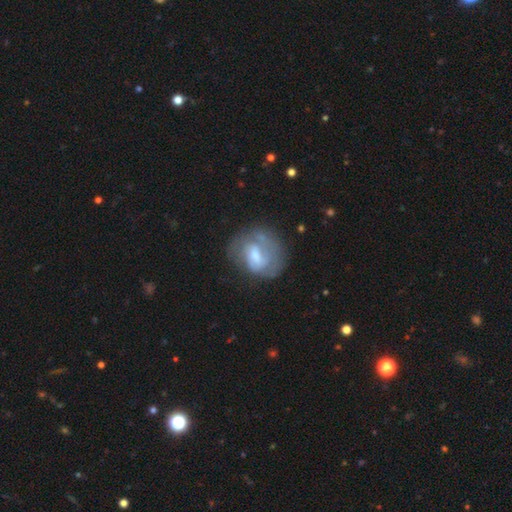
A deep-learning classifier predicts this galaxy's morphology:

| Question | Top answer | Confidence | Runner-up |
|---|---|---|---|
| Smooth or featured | featured or disk | 59% | smooth (33%) |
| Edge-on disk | no | 97% | yes (3%) |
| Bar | weak | 51% | no (33%) |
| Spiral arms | yes | 67% | no (33%) |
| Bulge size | moderate | 46% | small (31%) |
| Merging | none | 53% | minor disturbance (24%) |